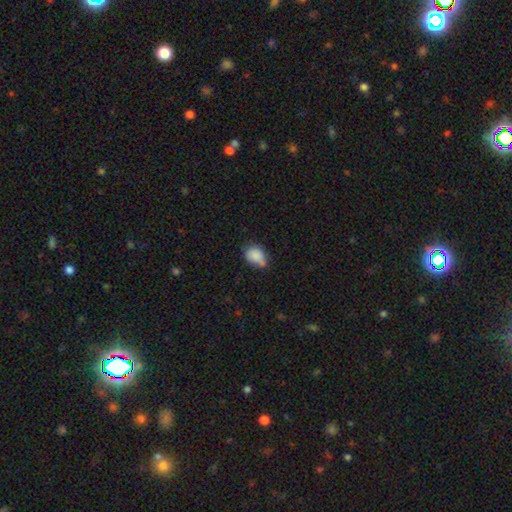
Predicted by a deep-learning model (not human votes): Overall: smooth (85%). How rounded: in between (63%; round 36%). Merging: none (48%; minor disturbance 34%).